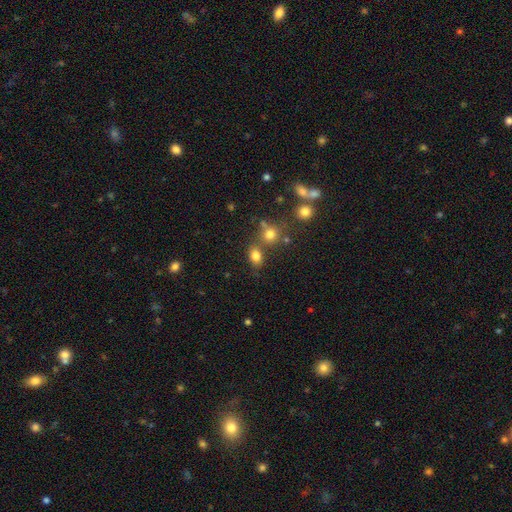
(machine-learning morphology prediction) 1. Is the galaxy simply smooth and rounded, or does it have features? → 79% smooth, 14% star or artifact, 7% featured or disk.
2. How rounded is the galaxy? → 60% in between, 39% round, 1% cigar-shaped.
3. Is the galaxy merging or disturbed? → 61% none, 22% merger, 12% minor disturbance, 5% major disturbance.